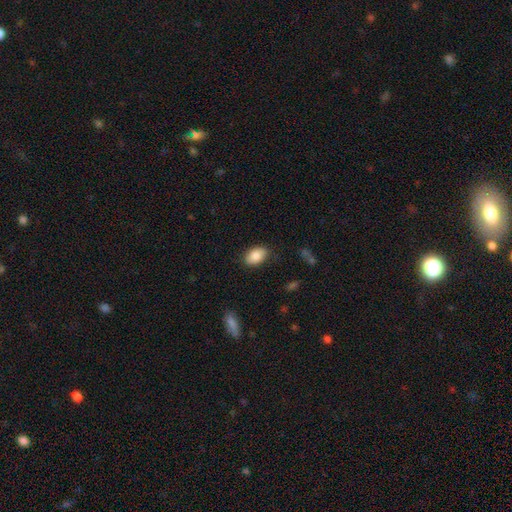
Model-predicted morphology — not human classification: This appears to be a smooth galaxy with no disk features (86%) that is in between round and cigar-shaped (90%). Merging: none (84%).